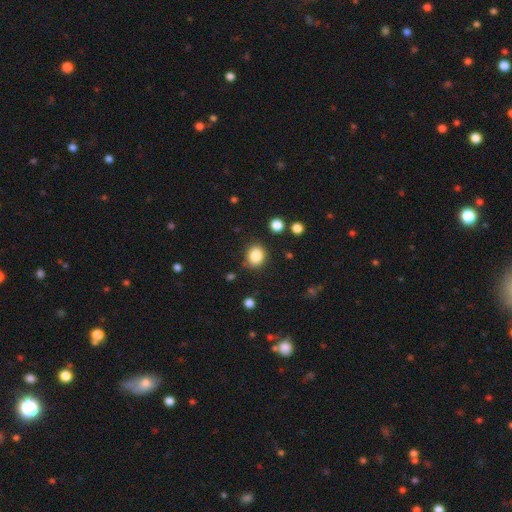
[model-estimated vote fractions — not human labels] smooth_or_featured: smooth (p=0.86) [alt: star or artifact p=0.10]
how_rounded: round (p=0.69) [alt: in between p=0.30]
merging: none (p=0.81) [alt: minor disturbance p=0.13]